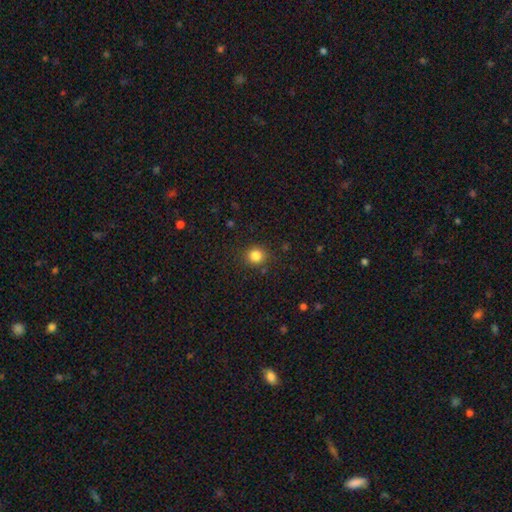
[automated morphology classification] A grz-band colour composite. It shows a smooth galaxy with no disk features (83%) that is round (89%). Merging: none (88%).